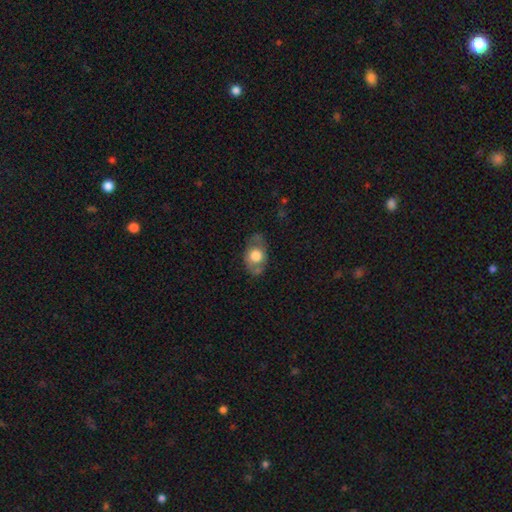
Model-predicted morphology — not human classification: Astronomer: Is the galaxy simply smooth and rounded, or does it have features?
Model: smooth — 57% (runner-up: featured or disk, 36%).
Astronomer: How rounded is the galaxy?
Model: in between — 78%.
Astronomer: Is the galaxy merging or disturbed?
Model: none — 72%.